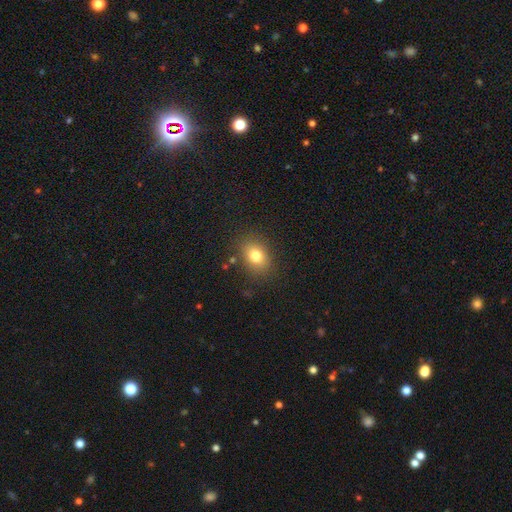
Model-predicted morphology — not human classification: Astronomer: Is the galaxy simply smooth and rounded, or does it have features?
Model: smooth — 79%.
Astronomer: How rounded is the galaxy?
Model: in between — 62%.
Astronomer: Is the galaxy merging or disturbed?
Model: none — 84%.